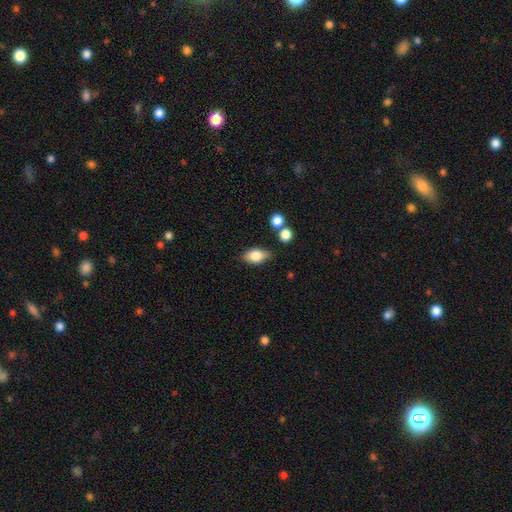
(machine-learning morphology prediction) Q: Smooth or featured?
A: smooth (74%); runner-up: featured or disk (18%)
Q: How rounded?
A: in between (86%); runner-up: round (9%)
Q: Merging?
A: none (78%); runner-up: minor disturbance (14%)